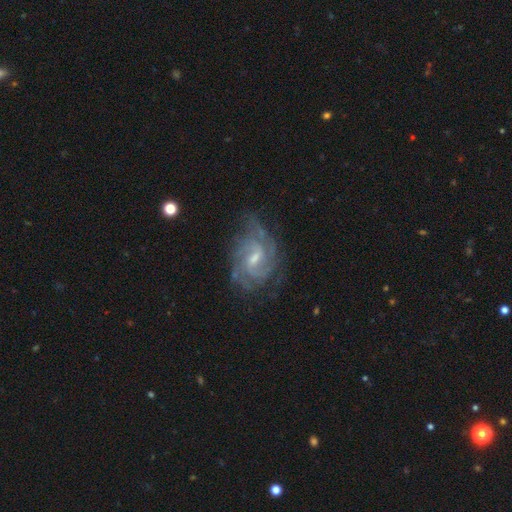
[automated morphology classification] Smooth or featured? featured or disk (83%)
Edge-on disk? no (97%)
Bar? weak (56%)
Spiral arms? yes (96%)
Spiral winding? tight (55%)
Spiral arm count? 2 (28%)
Bulge size? small (47%)
Merging? none (72%)